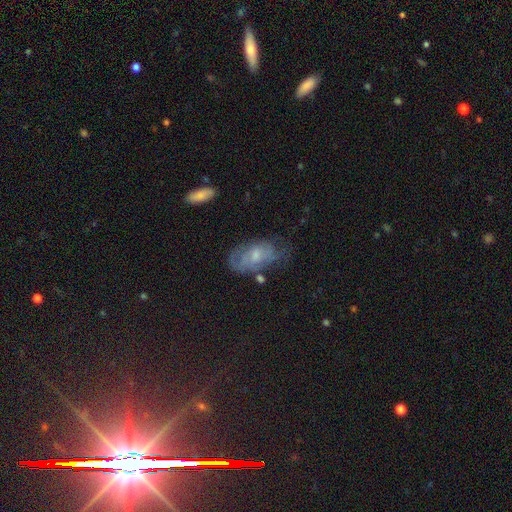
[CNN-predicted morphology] This is possibly a featured or disk galaxy (57%). It is clearly not viewed edge-on (93%). Bar: likely no (67%). Spiral arm pattern: likely yes (70%). Central bulge: possibly small (51%). Merging: possibly none (48%).